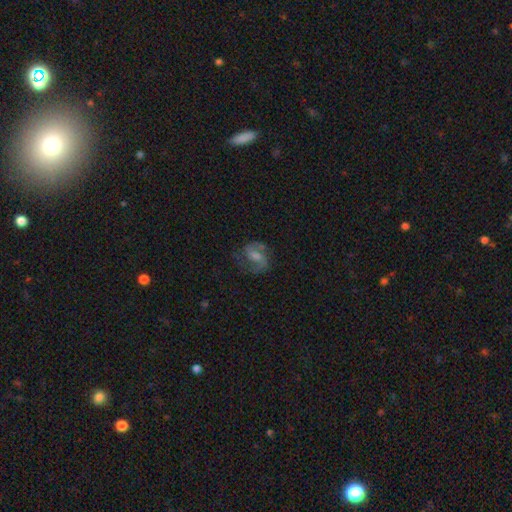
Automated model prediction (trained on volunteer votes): This appears to be a featured or disk galaxy (74%) with a weak bar (50%), 2 (86%) medium (53%) spiral arms (93%) and a moderate central bulge (42%). Merging: none (72%).